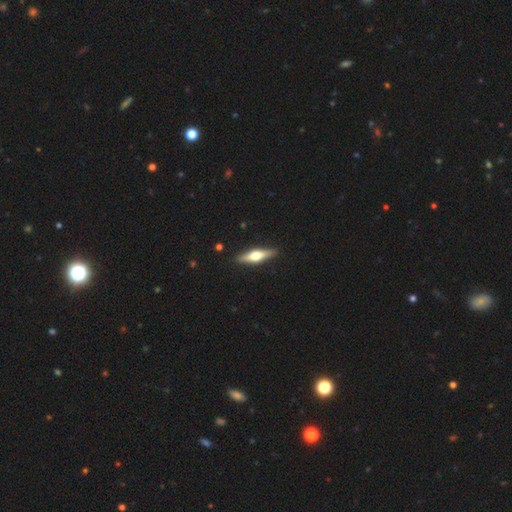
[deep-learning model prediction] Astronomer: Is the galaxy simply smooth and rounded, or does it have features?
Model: featured or disk — 62%.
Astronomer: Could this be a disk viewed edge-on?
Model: yes — 96%.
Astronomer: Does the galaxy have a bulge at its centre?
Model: rounded — 94%.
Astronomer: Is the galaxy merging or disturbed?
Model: none — 90%.